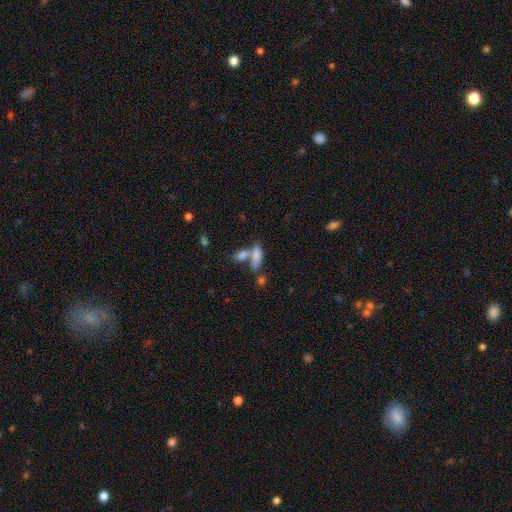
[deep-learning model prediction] Smooth or featured?
  - smooth: 78% *
  - featured or disk: 14%
  - star or artifact: 8%
How rounded?
  - in between: 68% *
  - cigar-shaped: 28%
  - round: 4%
Merging?
  - merger: 44% *
  - none: 40%
  - minor disturbance: 11%
  - major disturbance: 5%